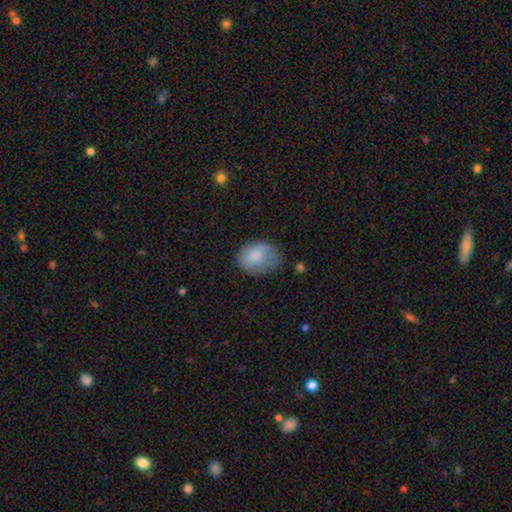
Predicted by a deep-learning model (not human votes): A smooth galaxy with no disk features (79%) that is in between round and cigar-shaped (73%).

Vote fractions:
- Smooth or featured? smooth: 79% / featured or disk: 14% / star or artifact: 7%
- How rounded? in between: 73% / round: 26% / cigar-shaped: 1%
- Merging? none: 56% / minor disturbance: 31% / major disturbance: 12% / merger: 2%